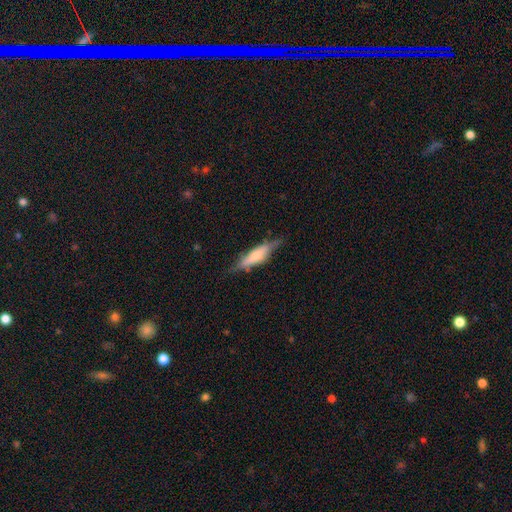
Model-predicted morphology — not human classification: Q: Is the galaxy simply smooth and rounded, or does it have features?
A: smooth — 52%.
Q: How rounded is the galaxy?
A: cigar-shaped — 64%.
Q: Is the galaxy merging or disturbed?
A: none — 67%.